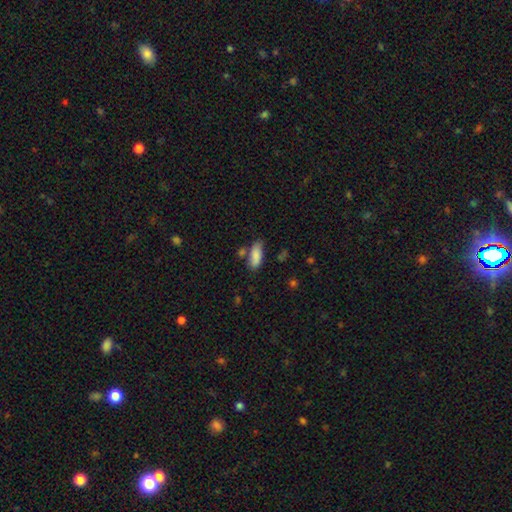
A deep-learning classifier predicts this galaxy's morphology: Smooth or featured?
  - smooth: 85% *
  - featured or disk: 8%
  - star or artifact: 7%
How rounded?
  - in between: 78% *
  - cigar-shaped: 20%
  - round: 2%
Merging?
  - none: 63% *
  - minor disturbance: 20%
  - merger: 12%
  - major disturbance: 5%